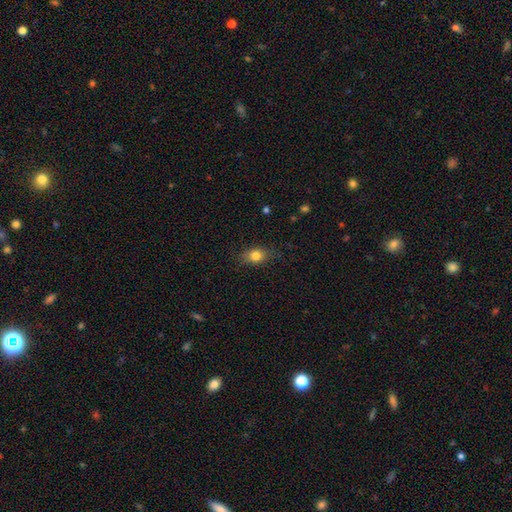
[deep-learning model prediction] A smooth galaxy with no disk features (79%) that is in between round and cigar-shaped (62%). Merging: none (77%).